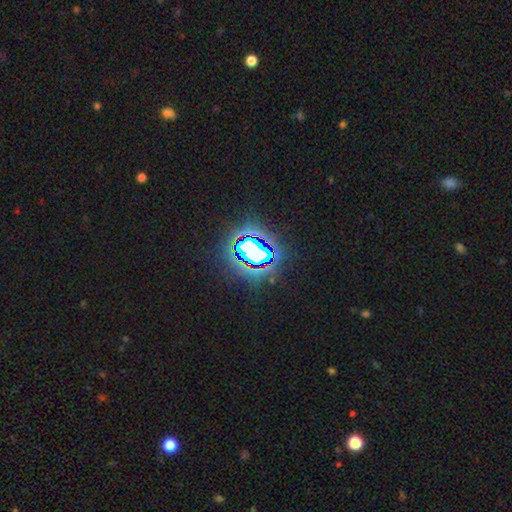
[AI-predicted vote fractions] smooth-or-featured: star or artifact: 72% | smooth: 16% | featured or disk: 12%